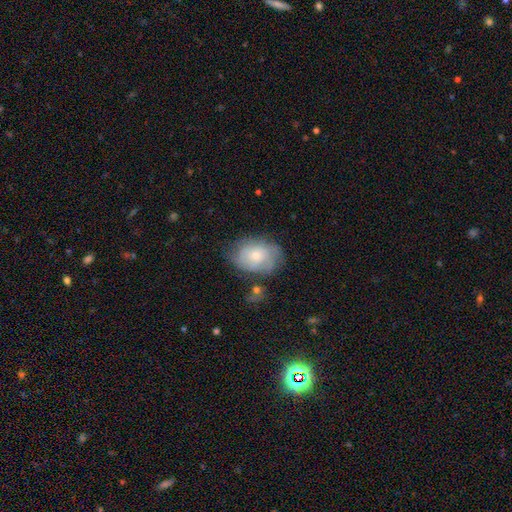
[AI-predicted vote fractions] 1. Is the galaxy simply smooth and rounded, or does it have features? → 53% smooth, 39% featured or disk, 8% star or artifact.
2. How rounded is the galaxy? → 77% in between, 22% round, 1% cigar-shaped.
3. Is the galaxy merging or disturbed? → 60% none, 25% minor disturbance, 10% major disturbance, 5% merger.